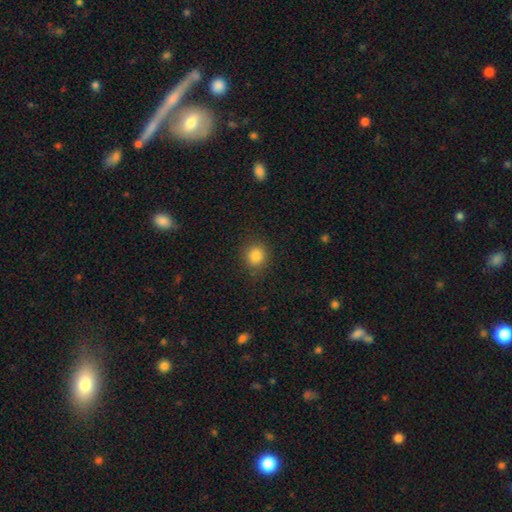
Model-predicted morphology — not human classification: A smooth galaxy with no disk features (84%) that is round (86%).

Vote fractions:
- Smooth or featured? smooth: 84% / star or artifact: 11% / featured or disk: 5%
- How rounded? round: 86% / in between: 13% / cigar-shaped: 1%
- Merging? none: 86% / minor disturbance: 10% / major disturbance: 3% / merger: 1%